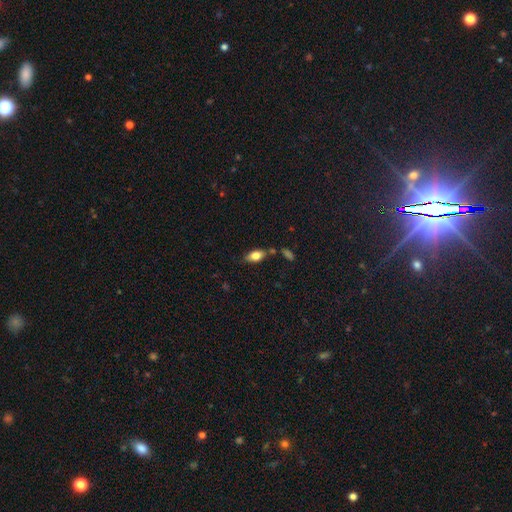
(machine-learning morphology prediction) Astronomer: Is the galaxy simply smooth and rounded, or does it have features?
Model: smooth — 77%.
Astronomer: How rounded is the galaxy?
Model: in between — 86%.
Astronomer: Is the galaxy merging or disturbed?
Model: none — 69%.